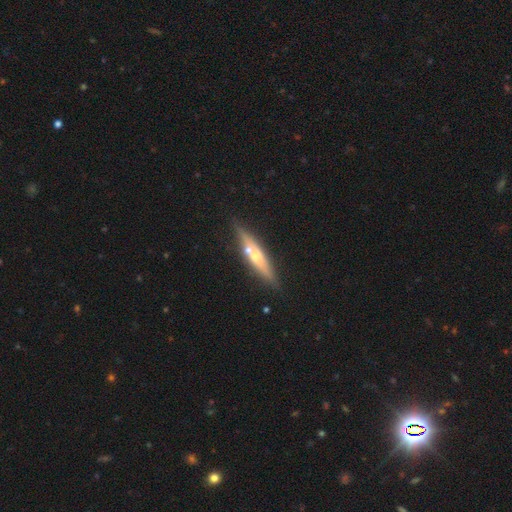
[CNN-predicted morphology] Q: Smooth or featured?
A: featured or disk (57%); runner-up: smooth (36%)
Q: Edge-on disk?
A: yes (91%); runner-up: no (9%)
Q: Edge-on bulge?
A: rounded (75%); runner-up: none (17%)
Q: Merging?
A: none (77%); runner-up: minor disturbance (12%)